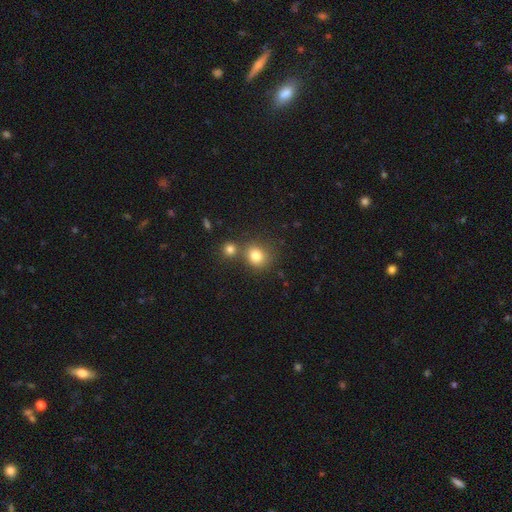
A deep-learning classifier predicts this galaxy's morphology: Smooth or featured? Predicted: smooth (p=0.80). How rounded? Predicted: round (p=0.78). Merging? Predicted: none (p=0.58).